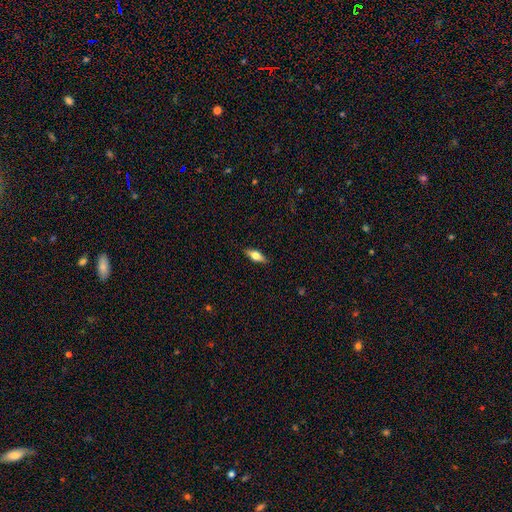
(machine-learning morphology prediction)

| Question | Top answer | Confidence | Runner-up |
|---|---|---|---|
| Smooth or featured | smooth | 58% | featured or disk (35%) |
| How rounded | in between | 66% | cigar-shaped (30%) |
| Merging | none | 88% | minor disturbance (9%) |